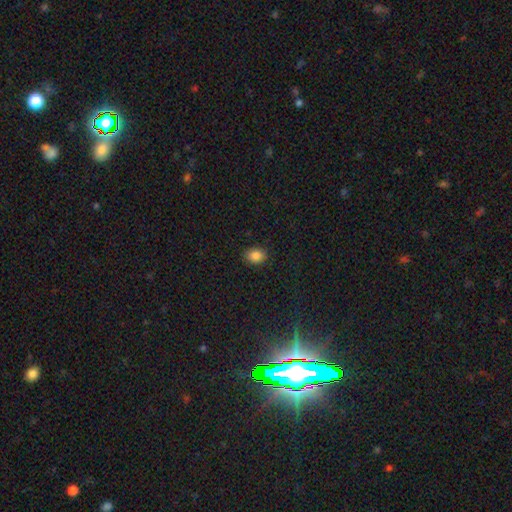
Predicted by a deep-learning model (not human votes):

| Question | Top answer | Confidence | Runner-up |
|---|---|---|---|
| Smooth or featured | smooth | 85% | star or artifact (10%) |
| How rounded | in between | 64% | round (35%) |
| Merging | none | 89% | minor disturbance (8%) |